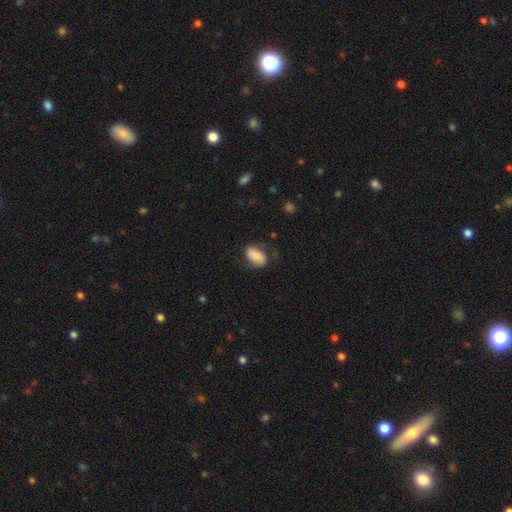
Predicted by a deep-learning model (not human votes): A smooth galaxy with no disk features (73%) that is in between round and cigar-shaped (91%).

Vote fractions:
- Smooth or featured? smooth: 73% / featured or disk: 19% / star or artifact: 7%
- How rounded? in between: 91% / round: 7% / cigar-shaped: 3%
- Merging? none: 60% / minor disturbance: 25% / major disturbance: 13% / merger: 2%